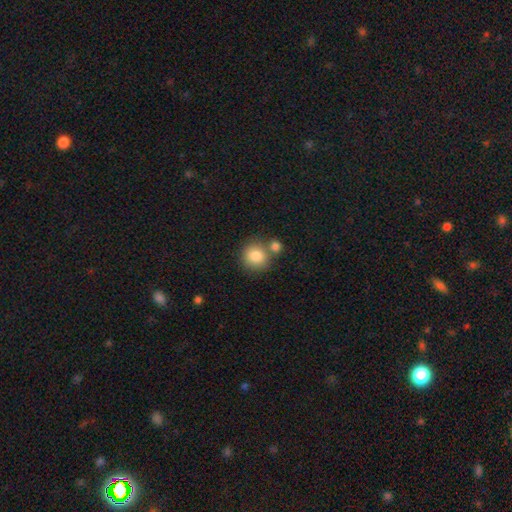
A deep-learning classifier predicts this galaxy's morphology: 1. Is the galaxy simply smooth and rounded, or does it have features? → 85% smooth, 8% star or artifact, 7% featured or disk.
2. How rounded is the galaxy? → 89% round, 10% in between, 1% cigar-shaped.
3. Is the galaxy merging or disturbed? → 59% none, 27% merger, 10% minor disturbance, 3% major disturbance.